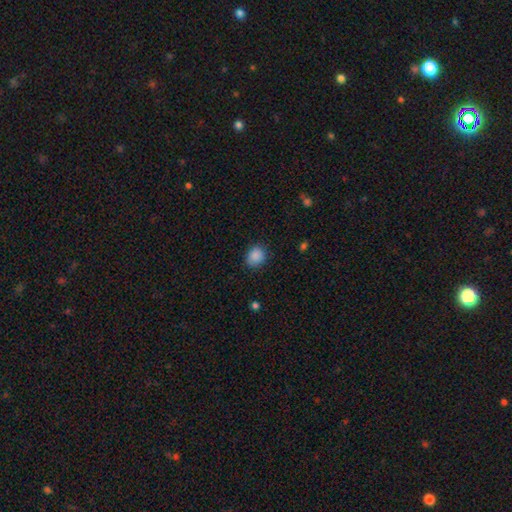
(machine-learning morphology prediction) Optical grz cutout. It shows a smooth galaxy with no disk features (88%) that is round (72%). Merging: none (83%).